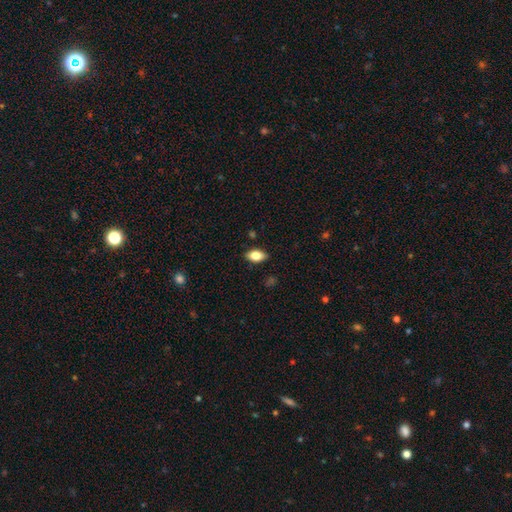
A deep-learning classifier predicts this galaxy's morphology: Smooth or featured: smooth — 80% (featured or disk — 13%)
How rounded: in between — 89% (round — 6%)
Merging: none — 86% (minor disturbance — 10%)